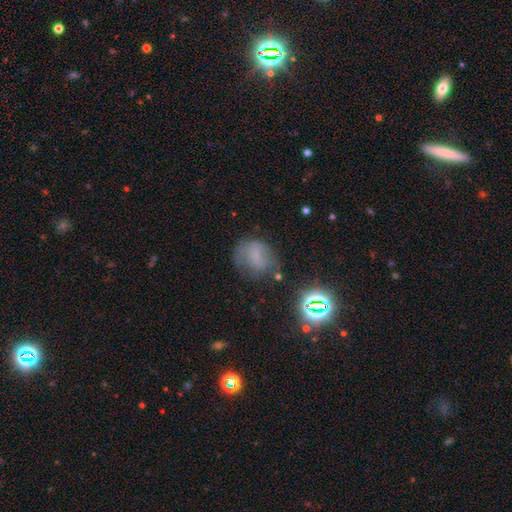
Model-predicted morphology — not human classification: Smooth or featured: smooth — 54% (featured or disk — 24%)
How rounded: round — 58% (in between — 40%)
Merging: none — 53% (minor disturbance — 26%)